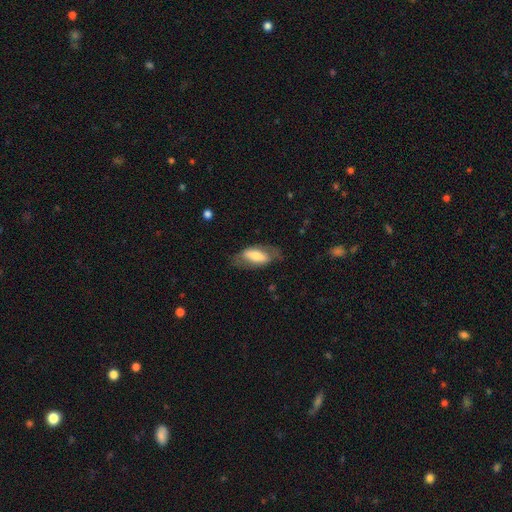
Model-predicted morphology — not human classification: smooth_or_featured: smooth (p=0.53) [alt: featured or disk p=0.40]
how_rounded: in between (p=0.82) [alt: cigar-shaped p=0.14]
merging: none (p=0.62) [alt: minor disturbance p=0.23]